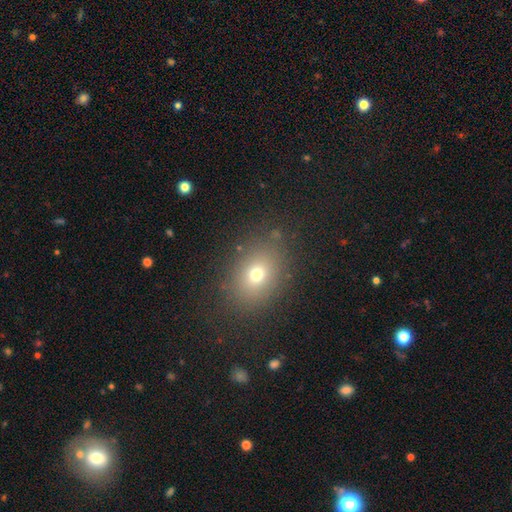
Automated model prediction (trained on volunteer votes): smooth 64%, star or artifact 27%, featured or disk 9%. Down the decision tree: how rounded — in between (56%); merging — none (89%).